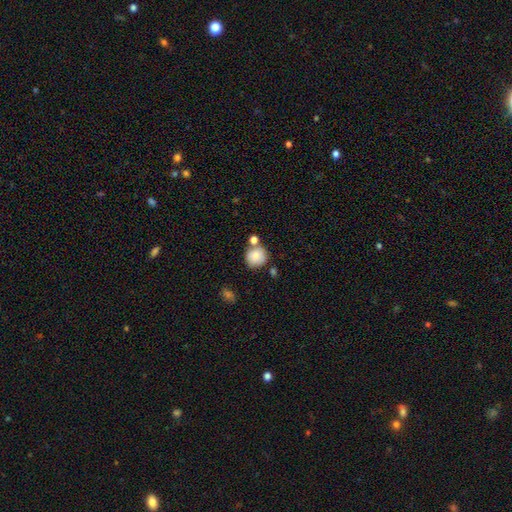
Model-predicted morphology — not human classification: Smooth or featured: smooth — 81% (featured or disk — 10%)
How rounded: round — 90% (in between — 9%)
Merging: none — 67% (merger — 18%)